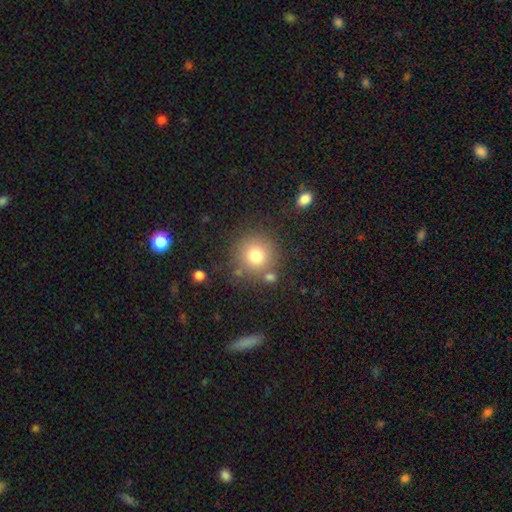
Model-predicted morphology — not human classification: This appears to be a smooth galaxy with no disk features (78%) that is round (93%). Merging: none (77%).